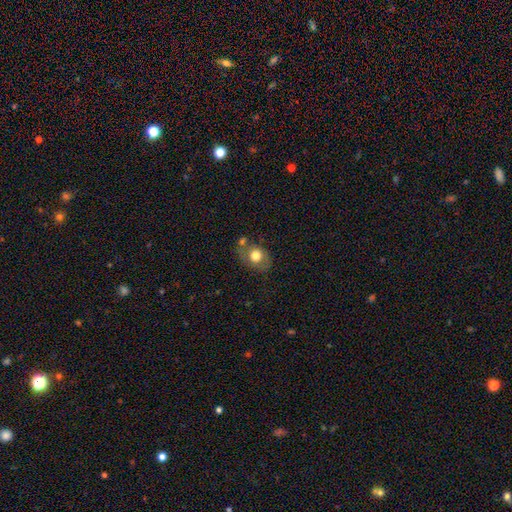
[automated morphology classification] smooth-or-featured: smooth: 66% | featured or disk: 25% | star or artifact: 9%
  how-rounded: in between: 51% | round: 48% | cigar-shaped: 1%
  merging: none: 53% | minor disturbance: 21% | merger: 17% | major disturbance: 9%